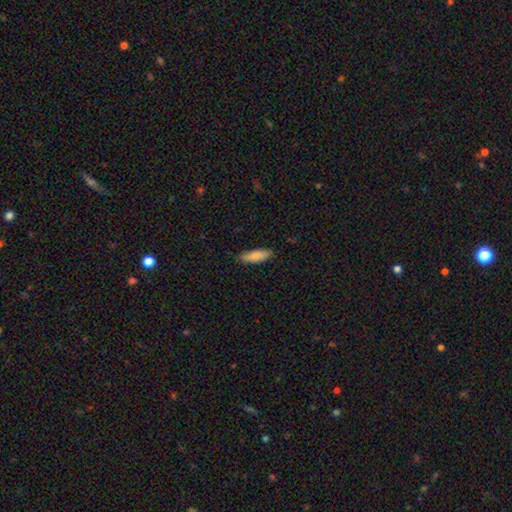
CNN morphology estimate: The model was most divided on "how rounded": in between: 55%, cigar-shaped: 43%, round: 2%. More confident: merging — none (86%); smooth or featured — smooth (82%).